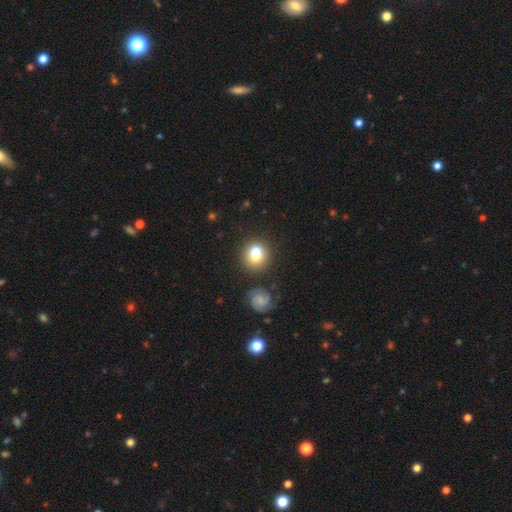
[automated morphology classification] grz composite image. It shows a smooth galaxy with no disk features (68%) that is round (78%). Merging: none (63%).